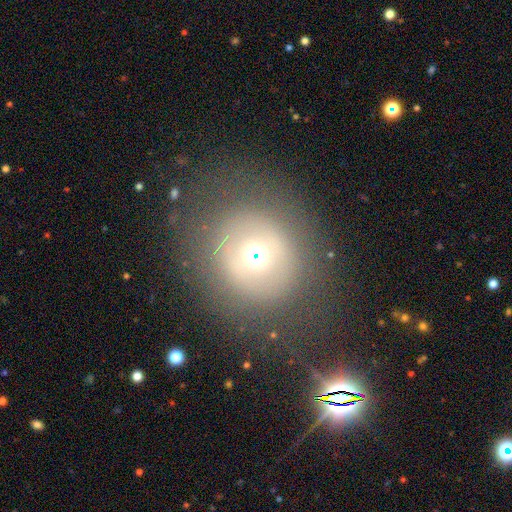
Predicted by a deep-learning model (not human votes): A smooth galaxy with no disk features (57%) that is round (90%).

Vote fractions:
- Smooth or featured? smooth: 57% / featured or disk: 22% / star or artifact: 21%
- How rounded? round: 90% / in between: 9% / cigar-shaped: 1%
- Merging? none: 72% / minor disturbance: 13% / major disturbance: 12% / merger: 3%